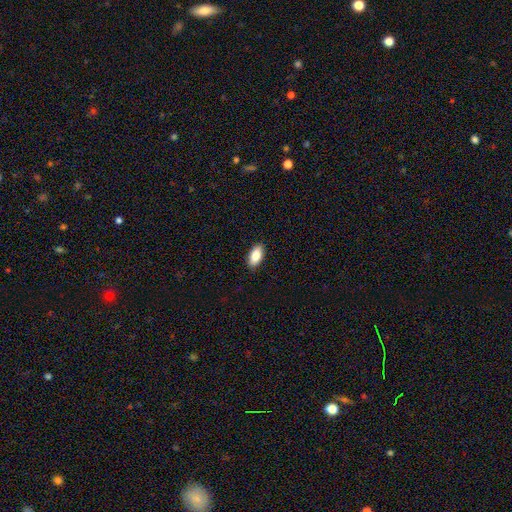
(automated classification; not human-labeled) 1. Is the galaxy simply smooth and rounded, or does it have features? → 84% smooth, 9% featured or disk, 7% star or artifact.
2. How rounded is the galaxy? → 92% in between, 5% cigar-shaped, 3% round.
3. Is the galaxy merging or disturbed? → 89% none, 8% minor disturbance, 2% major disturbance, 1% merger.